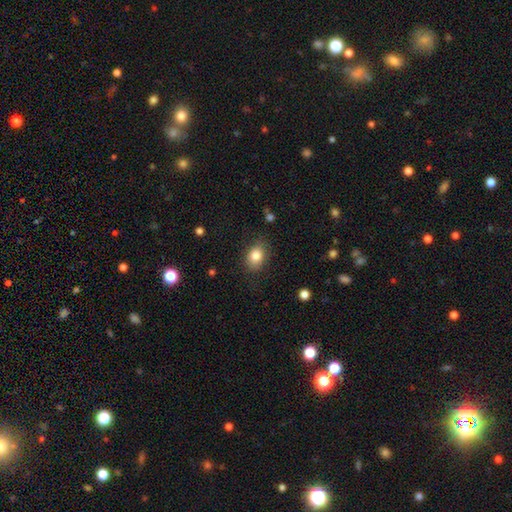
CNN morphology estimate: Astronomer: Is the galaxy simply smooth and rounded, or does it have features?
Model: smooth — 83%.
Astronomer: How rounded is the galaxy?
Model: in between — 68%.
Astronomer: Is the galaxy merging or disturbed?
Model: none — 80%.